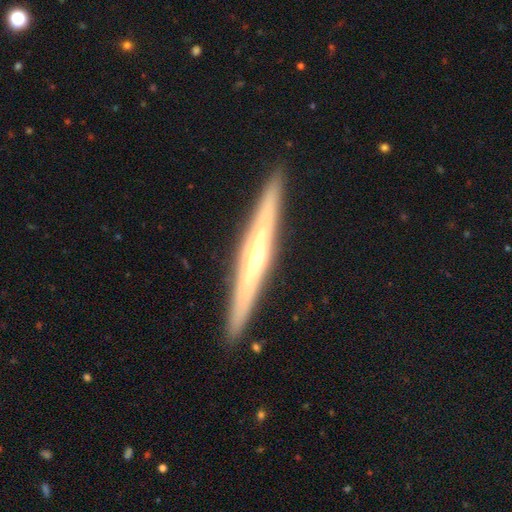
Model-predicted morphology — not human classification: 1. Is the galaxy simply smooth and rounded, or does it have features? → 69% featured or disk, 25% smooth, 6% star or artifact.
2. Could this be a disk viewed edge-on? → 94% yes, 6% no.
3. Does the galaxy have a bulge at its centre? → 70% rounded, 25% none, 5% boxy.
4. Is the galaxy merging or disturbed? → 90% none, 7% minor disturbance, 1% major disturbance, 1% merger.